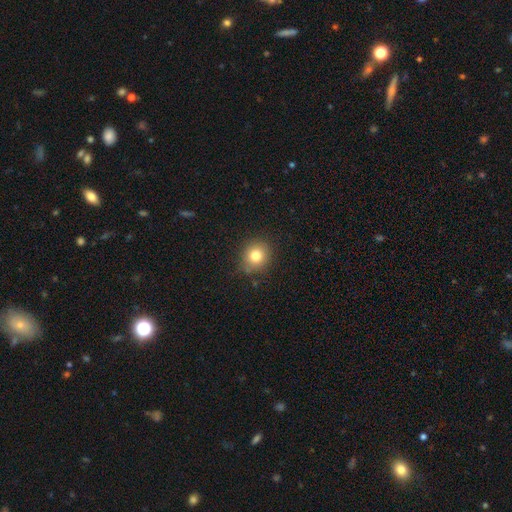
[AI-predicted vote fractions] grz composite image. It shows a smooth galaxy with no disk features (80%) that is round (79%). Merging: none (83%).